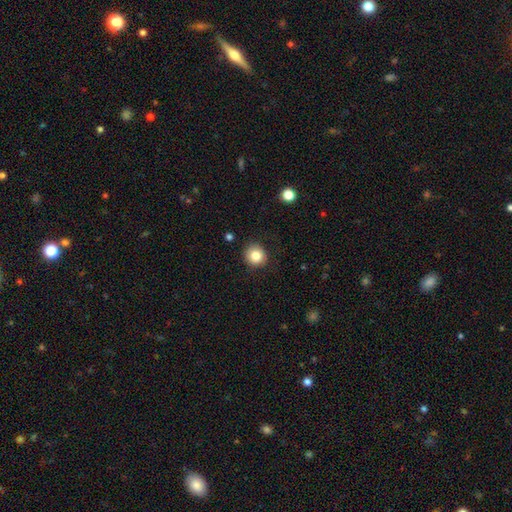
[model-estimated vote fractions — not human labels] This is clearly a smooth galaxy (84%). How rounded: clearly round (90%). Merging: clearly none (89%).